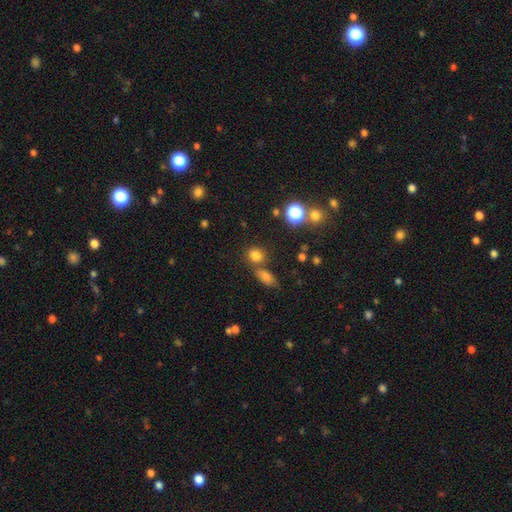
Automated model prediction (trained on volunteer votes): Smooth or featured? Predicted: smooth (p=0.77). How rounded? Predicted: round (p=0.74). Merging? Predicted: none (p=0.66).